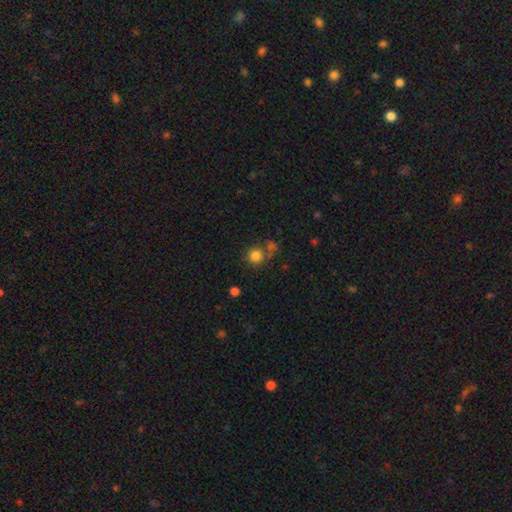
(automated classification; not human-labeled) This appears to be a smooth galaxy with no disk features (81%) that is round (91%). Merging: none (63%).